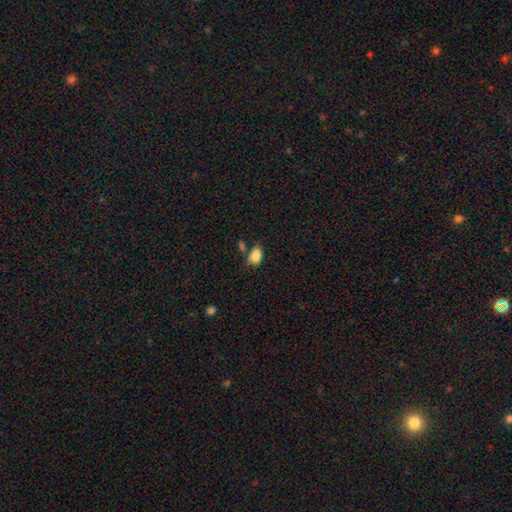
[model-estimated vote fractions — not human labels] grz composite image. It shows a smooth galaxy with no disk features (82%) that is in between round and cigar-shaped (84%). Merging: none (52%).